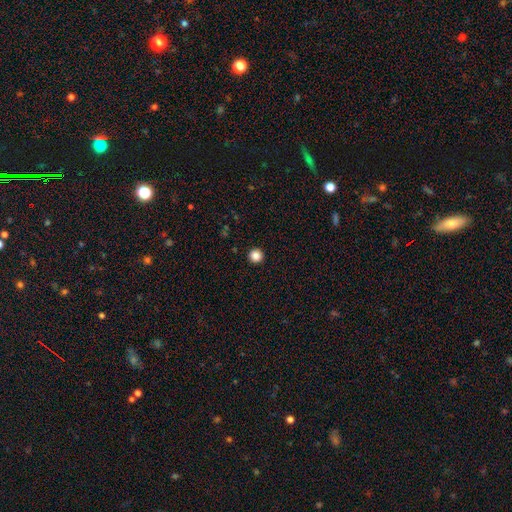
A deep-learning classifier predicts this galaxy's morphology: smooth 85%, star or artifact 11%, featured or disk 4%. Down the decision tree: how rounded — round (96%); merging — none (94%).